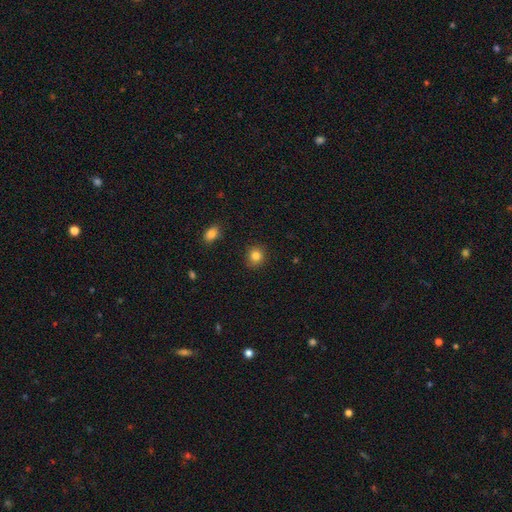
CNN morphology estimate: A smooth galaxy with no disk features (84%) that is round (80%). Merging: none (89%).